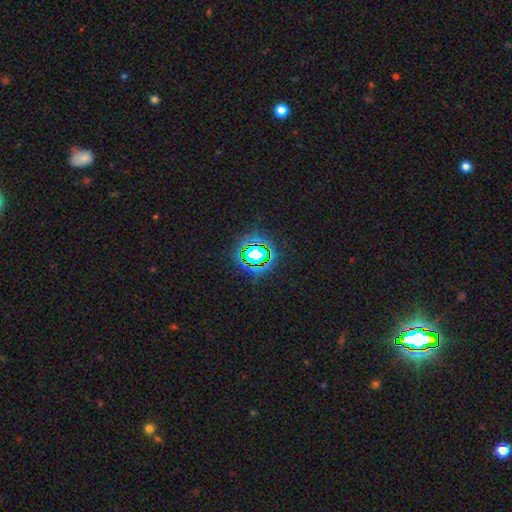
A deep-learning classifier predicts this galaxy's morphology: This appears to be a star or artifact, not a galaxy (72%).